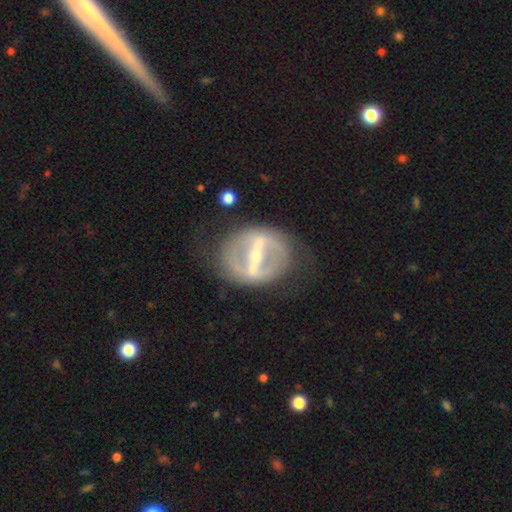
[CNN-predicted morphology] A featured or disk galaxy (82%) with a strong bar (86%), no spiral arms (70%) and a small central bulge (59%). Merging: none (71%).